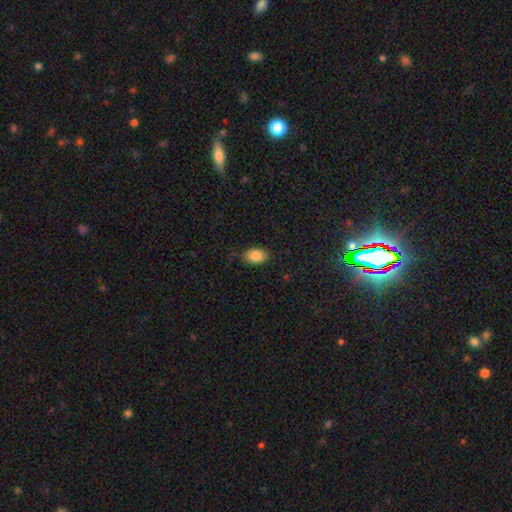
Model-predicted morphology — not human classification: smooth_or_featured: smooth (p=0.86) [alt: star or artifact p=0.08]
how_rounded: in between (p=0.85) [alt: round p=0.13]
merging: none (p=0.75) [alt: minor disturbance p=0.19]